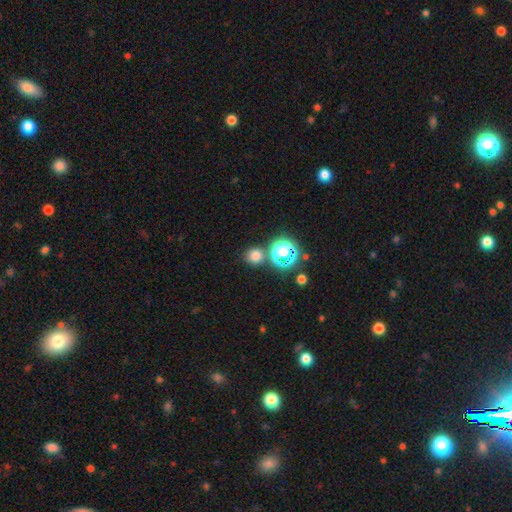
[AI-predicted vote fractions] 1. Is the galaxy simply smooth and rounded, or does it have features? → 70% smooth, 24% star or artifact, 6% featured or disk.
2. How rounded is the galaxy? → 89% round, 10% in between, 1% cigar-shaped.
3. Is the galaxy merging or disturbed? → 79% none, 11% merger, 8% minor disturbance, 3% major disturbance.